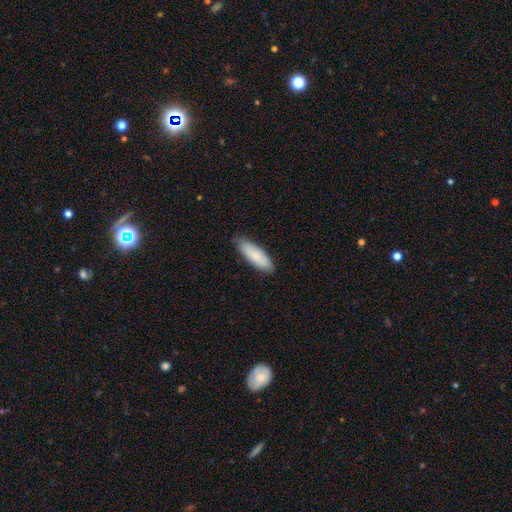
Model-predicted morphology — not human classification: This is clearly a smooth galaxy (83%). How rounded: possibly in between (58%). Merging: clearly none (83%).